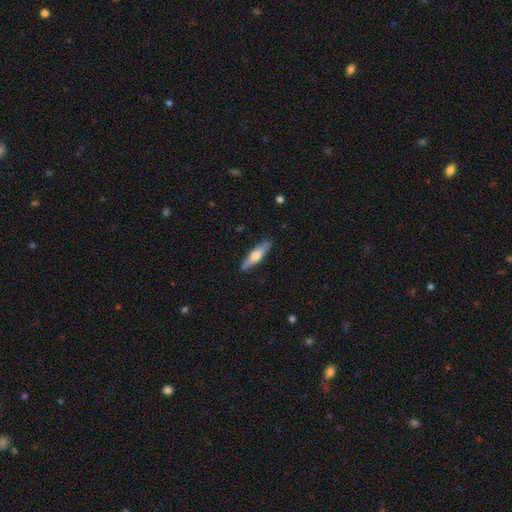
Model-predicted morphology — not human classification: Smooth or featured? smooth (58%)
How rounded? cigar-shaped (71%)
Merging? none (89%)